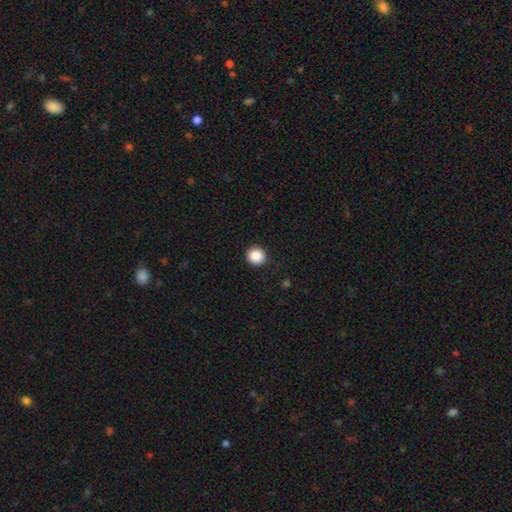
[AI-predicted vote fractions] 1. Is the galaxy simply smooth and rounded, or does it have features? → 88% smooth, 9% star or artifact, 3% featured or disk.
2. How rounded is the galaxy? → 95% round, 4% in between, 1% cigar-shaped.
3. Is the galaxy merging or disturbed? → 92% none, 6% minor disturbance, 2% major disturbance, 1% merger.